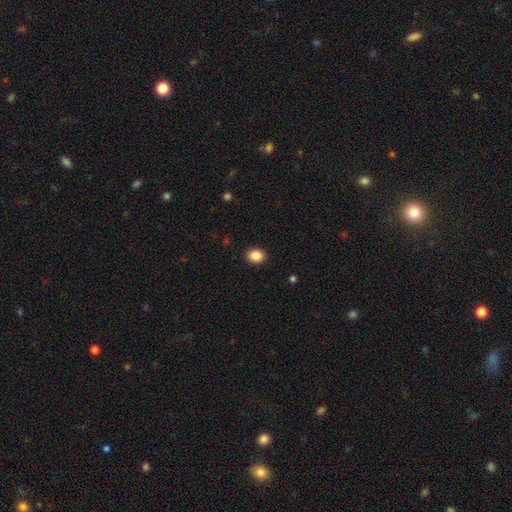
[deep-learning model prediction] smooth 88%, star or artifact 9%, featured or disk 4%. Down the decision tree: how rounded — round (56%); merging — none (91%).